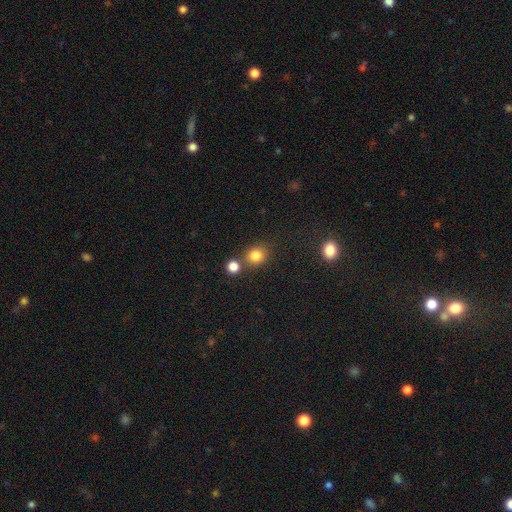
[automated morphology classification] Smooth or featured?
  - smooth: 82% *
  - star or artifact: 13%
  - featured or disk: 5%
How rounded?
  - round: 77% *
  - in between: 22%
  - cigar-shaped: 1%
Merging?
  - none: 69% *
  - merger: 18%
  - minor disturbance: 10%
  - major disturbance: 3%